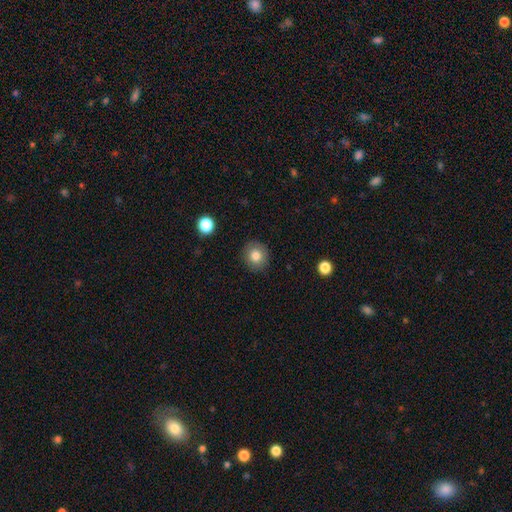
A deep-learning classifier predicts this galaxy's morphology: Smooth or featured? Predicted: smooth (p=0.81). How rounded? Predicted: round (p=0.86). Merging? Predicted: none (p=0.88).